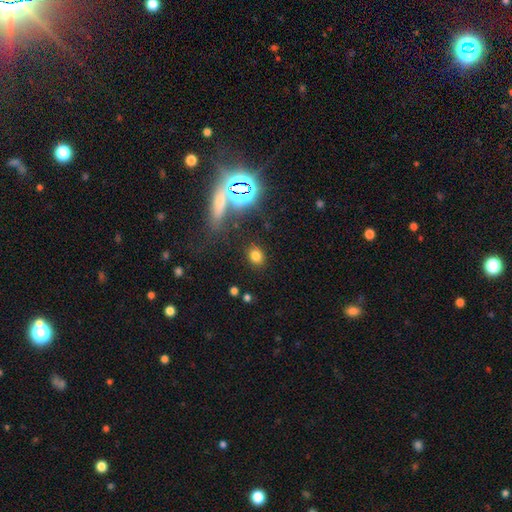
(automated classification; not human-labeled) Overall: smooth (74%). How rounded: round (60%; in between 38%). Merging: none (84%).